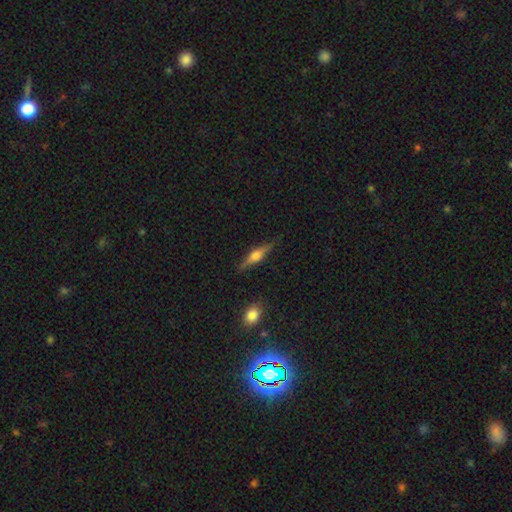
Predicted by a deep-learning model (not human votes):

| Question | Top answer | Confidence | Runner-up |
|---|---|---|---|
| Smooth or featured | featured or disk | 67% | smooth (26%) |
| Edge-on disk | yes | 97% | no (3%) |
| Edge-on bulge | rounded | 88% | boxy (9%) |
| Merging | none | 85% | minor disturbance (11%) |